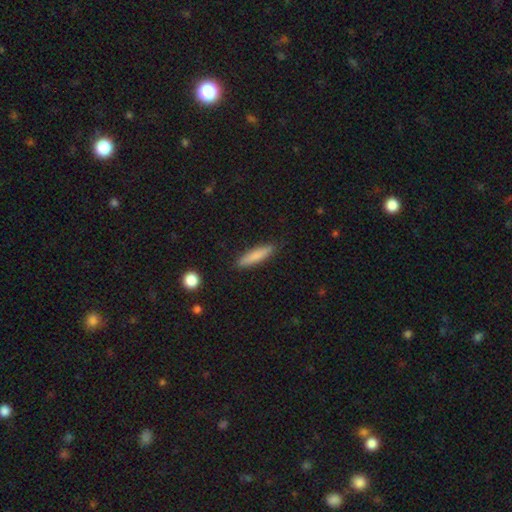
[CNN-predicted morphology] A smooth galaxy with no disk features (81%) that is cigar-shaped (84%). Merging: none (89%).